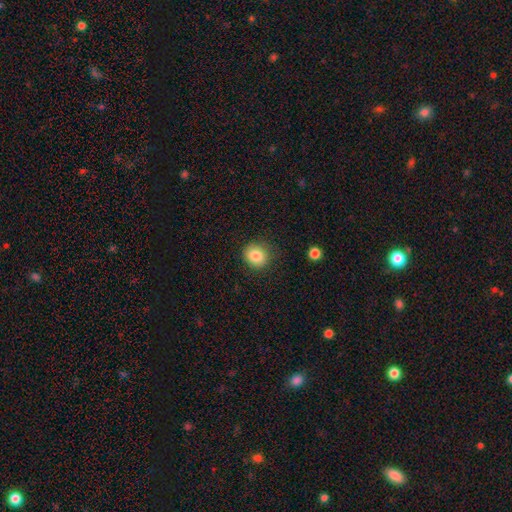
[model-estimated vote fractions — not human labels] Smooth or featured? Predicted: smooth (p=0.84). How rounded? Predicted: round (p=0.84). Merging? Predicted: none (p=0.85).